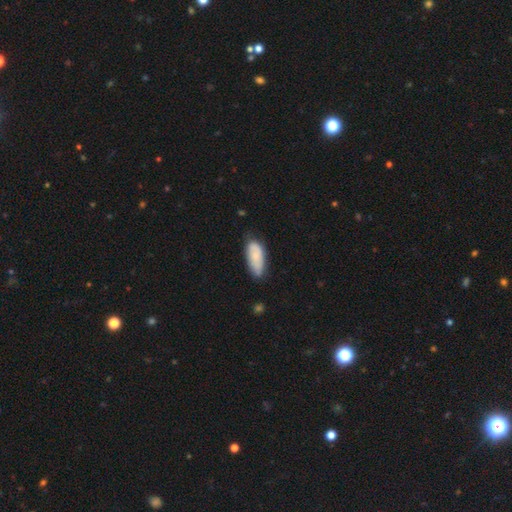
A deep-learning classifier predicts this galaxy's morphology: A smooth galaxy with no disk features (76%) that is in between round and cigar-shaped (84%).

Vote fractions:
- Smooth or featured? smooth: 76% / featured or disk: 18% / star or artifact: 6%
- How rounded? in between: 84% / cigar-shaped: 14% / round: 2%
- Merging? none: 61% / minor disturbance: 30% / major disturbance: 6% / merger: 3%